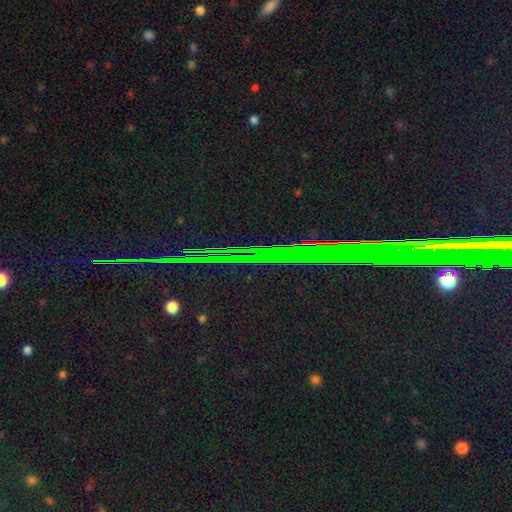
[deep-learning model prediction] This appears to be a star or artifact, not a galaxy (83%).